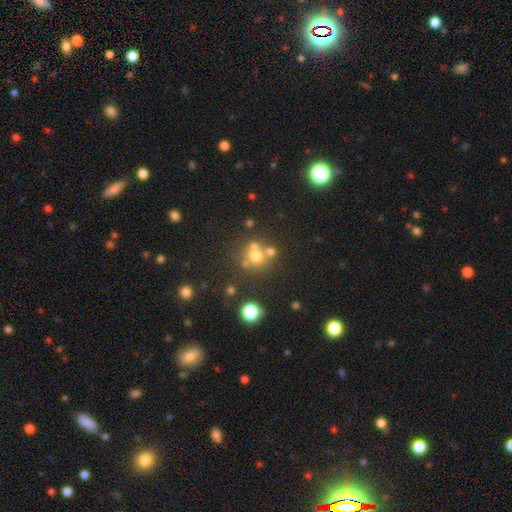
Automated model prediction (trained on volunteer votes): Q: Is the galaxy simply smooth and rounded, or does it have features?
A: smooth — 62%.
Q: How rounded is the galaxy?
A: round — 87%.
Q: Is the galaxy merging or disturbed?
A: none — 57%.